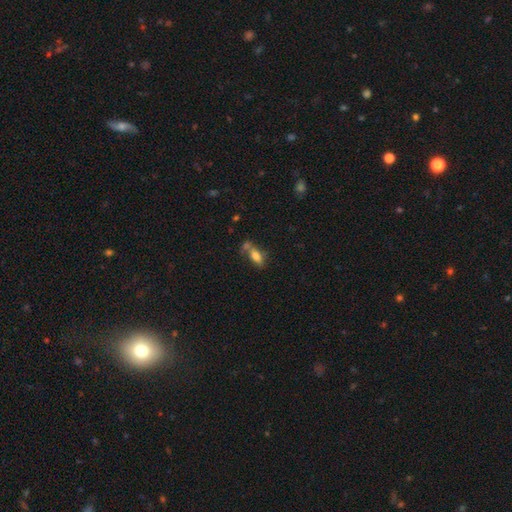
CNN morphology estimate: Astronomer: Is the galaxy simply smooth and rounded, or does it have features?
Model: smooth — 76%.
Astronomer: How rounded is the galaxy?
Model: in between — 82%.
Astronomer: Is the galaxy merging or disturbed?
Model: none — 41% (runner-up: merger, 34%).